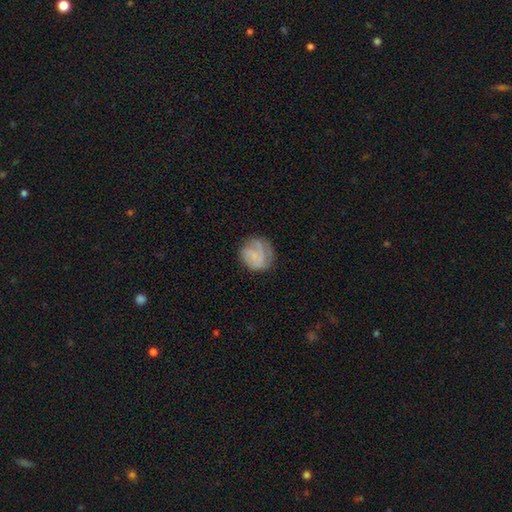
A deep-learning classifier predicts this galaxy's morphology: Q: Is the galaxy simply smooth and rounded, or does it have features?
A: featured or disk — 49%.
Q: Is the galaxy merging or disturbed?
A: none — 66%.